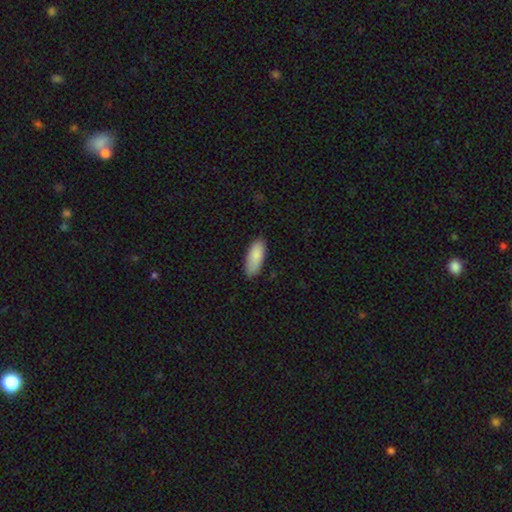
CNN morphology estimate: A smooth galaxy with no disk features (87%) that is in between round and cigar-shaped (80%).

Vote fractions:
- Smooth or featured? smooth: 87% / featured or disk: 7% / star or artifact: 6%
- How rounded? in between: 80% / cigar-shaped: 19% / round: 2%
- Merging? none: 84% / minor disturbance: 13% / major disturbance: 2% / merger: 1%